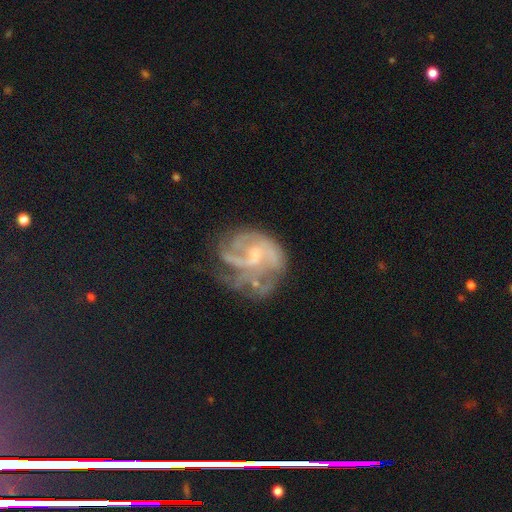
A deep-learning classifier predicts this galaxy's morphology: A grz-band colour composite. It shows a featured or disk galaxy (80%) with no bar (48%), medium (44%) spiral arms (83%) and a small central bulge (44%). Merging: none (43%).